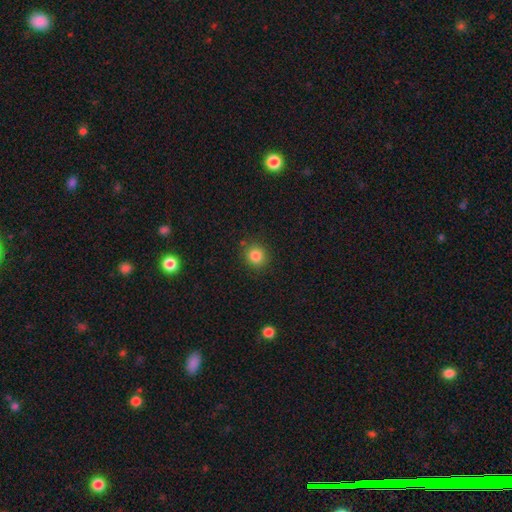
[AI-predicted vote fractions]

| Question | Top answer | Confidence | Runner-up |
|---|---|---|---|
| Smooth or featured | smooth | 84% | star or artifact (11%) |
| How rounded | round | 89% | in between (10%) |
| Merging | none | 87% | minor disturbance (8%) |